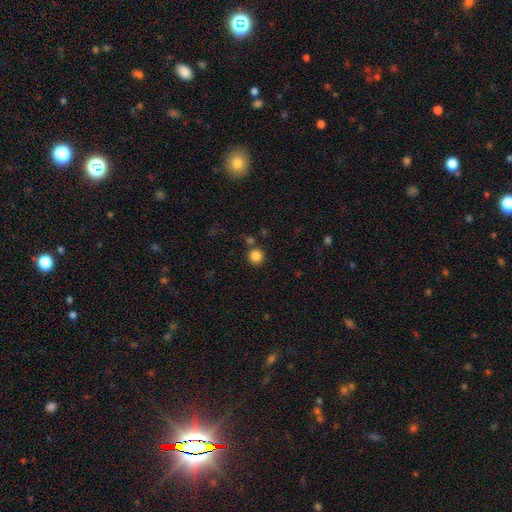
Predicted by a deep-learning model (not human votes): Smooth or featured: smooth — 85% (star or artifact — 11%)
How rounded: round — 93% (in between — 6%)
Merging: none — 82% (merger — 8%)